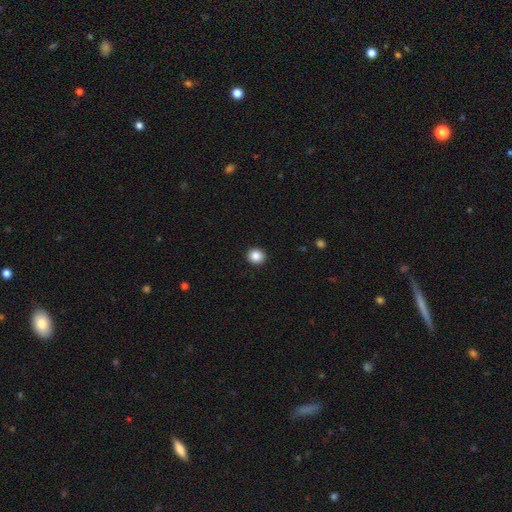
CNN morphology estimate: Q: Smooth or featured?
A: smooth (86%); runner-up: star or artifact (10%)
Q: How rounded?
A: round (88%); runner-up: in between (11%)
Q: Merging?
A: none (93%); runner-up: minor disturbance (5%)